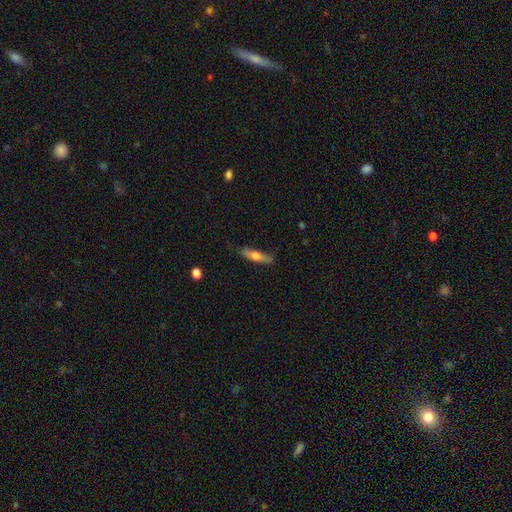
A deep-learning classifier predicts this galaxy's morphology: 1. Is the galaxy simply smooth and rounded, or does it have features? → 54% smooth, 40% featured or disk, 6% star or artifact.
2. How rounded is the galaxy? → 79% cigar-shaped, 18% in between, 2% round.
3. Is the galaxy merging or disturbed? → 79% none, 16% minor disturbance, 3% major disturbance, 2% merger.